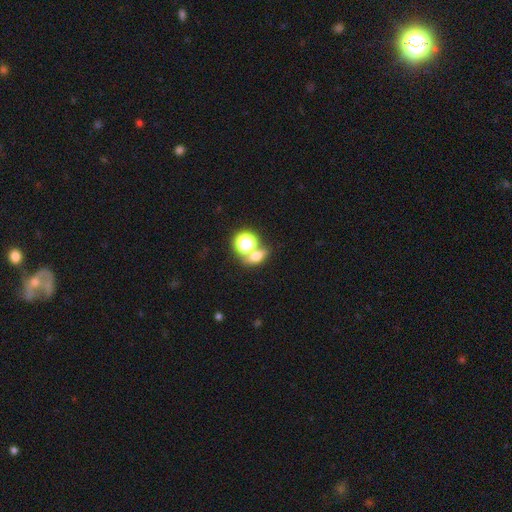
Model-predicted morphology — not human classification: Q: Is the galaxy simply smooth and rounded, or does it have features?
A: smooth — 61%.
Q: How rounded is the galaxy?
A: in between — 54%.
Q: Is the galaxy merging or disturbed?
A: none — 59%.